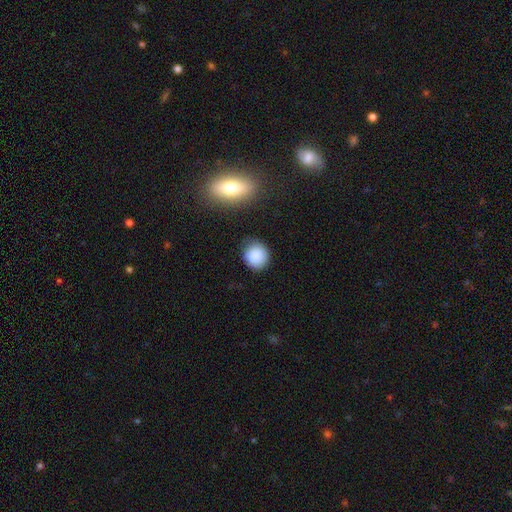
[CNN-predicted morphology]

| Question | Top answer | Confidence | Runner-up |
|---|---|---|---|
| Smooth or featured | smooth | 87% | star or artifact (8%) |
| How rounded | round | 86% | in between (12%) |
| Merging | none | 82% | minor disturbance (13%) |